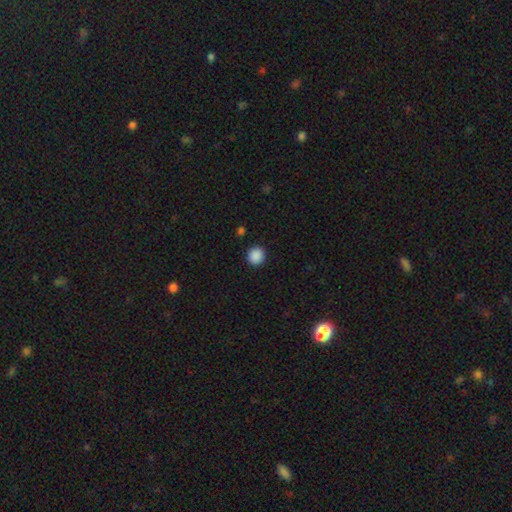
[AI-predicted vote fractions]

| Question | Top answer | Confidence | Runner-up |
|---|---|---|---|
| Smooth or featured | smooth | 89% | star or artifact (9%) |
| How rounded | round | 90% | in between (9%) |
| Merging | none | 91% | minor disturbance (5%) |